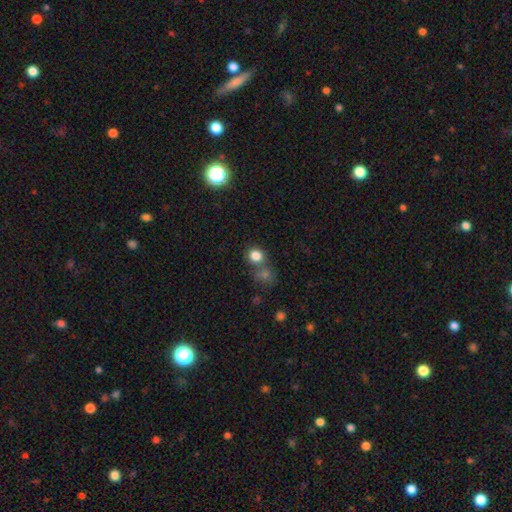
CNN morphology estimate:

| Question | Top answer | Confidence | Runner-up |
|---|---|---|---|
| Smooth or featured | smooth | 81% | star or artifact (13%) |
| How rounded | round | 80% | in between (19%) |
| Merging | none | 58% | merger (27%) |